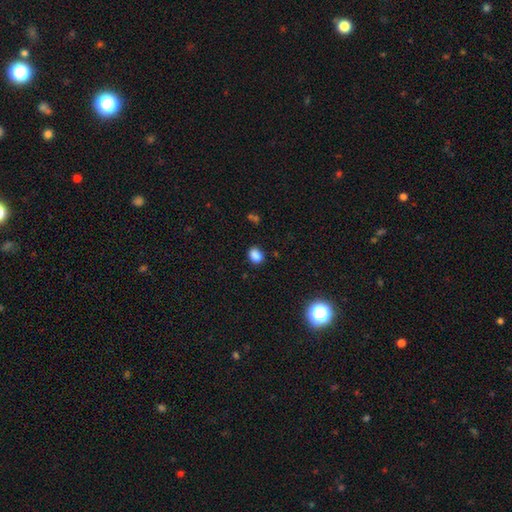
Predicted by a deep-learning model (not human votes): smooth-or-featured: smooth: 84% | star or artifact: 11% | featured or disk: 4%
  how-rounded: in between: 65% | round: 34% | cigar-shaped: 1%
  merging: none: 79% | minor disturbance: 15% | major disturbance: 3% | merger: 3%